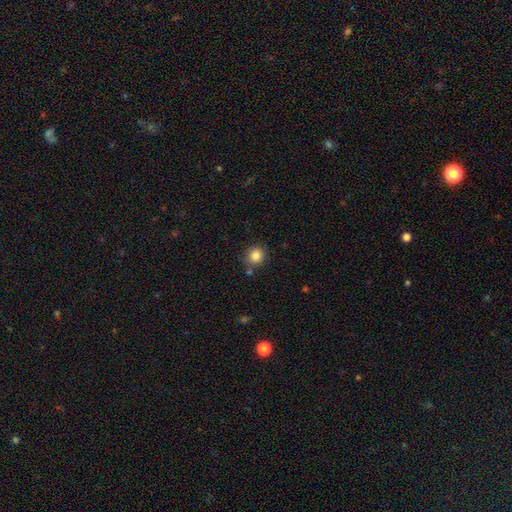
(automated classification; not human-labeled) Overall: smooth (85%). How rounded: round (89%). Merging: none (80%).